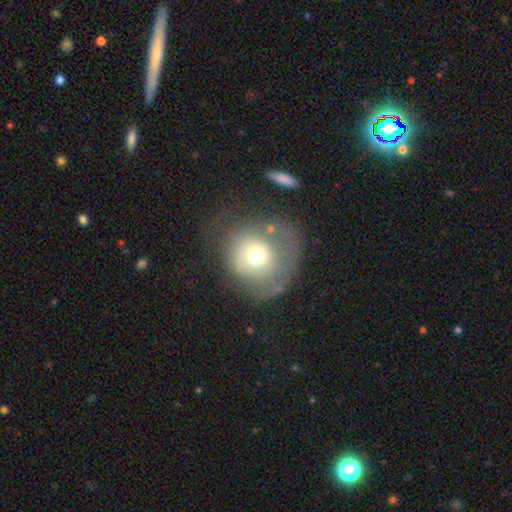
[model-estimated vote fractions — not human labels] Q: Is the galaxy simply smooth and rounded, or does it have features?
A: smooth — 51%.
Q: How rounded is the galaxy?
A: round — 79%.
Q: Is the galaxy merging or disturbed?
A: none — 39%.